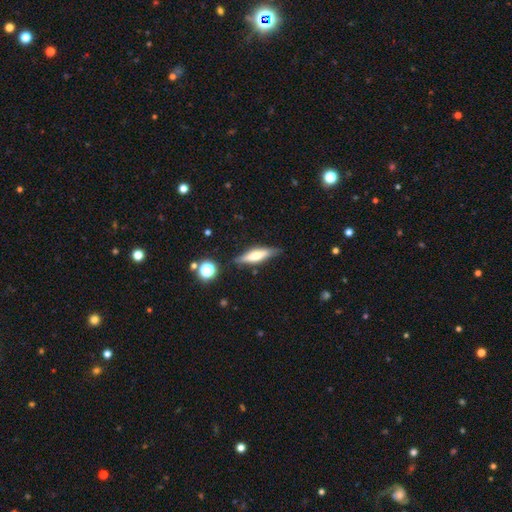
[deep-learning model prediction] This is possibly a smooth galaxy (48%). Merging: clearly none (81%).